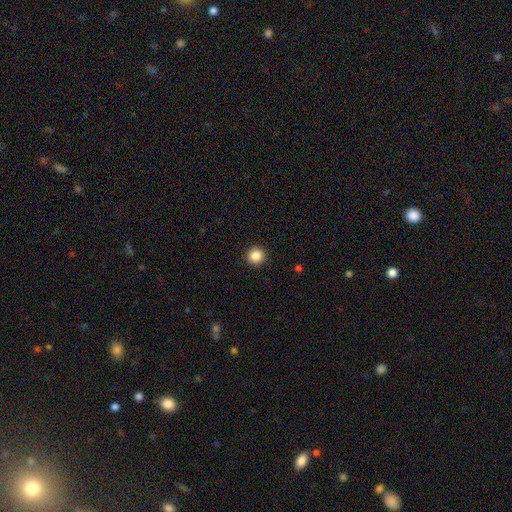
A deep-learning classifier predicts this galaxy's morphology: smooth-or-featured: smooth: 86% | star or artifact: 10% | featured or disk: 4%
  how-rounded: round: 94% | in between: 5% | cigar-shaped: 1%
  merging: none: 93% | minor disturbance: 4% | major disturbance: 2% | merger: 1%